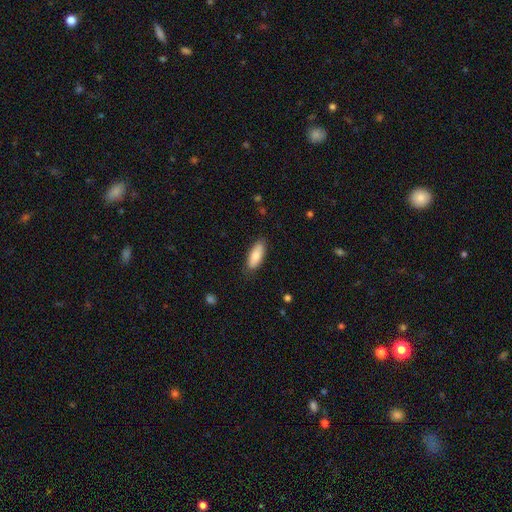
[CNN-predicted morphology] Overall: smooth (83%). How rounded: in between (74%). Merging: none (84%).